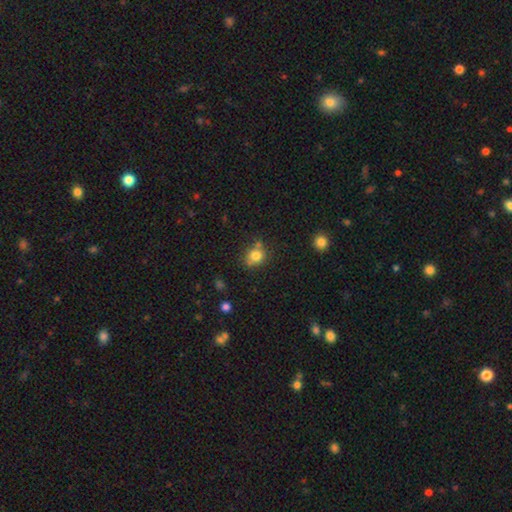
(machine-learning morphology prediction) smooth_or_featured: smooth (p=0.79) [alt: star or artifact p=0.12]
how_rounded: round (p=0.77) [alt: in between p=0.22]
merging: none (p=0.65) [alt: minor disturbance p=0.16]